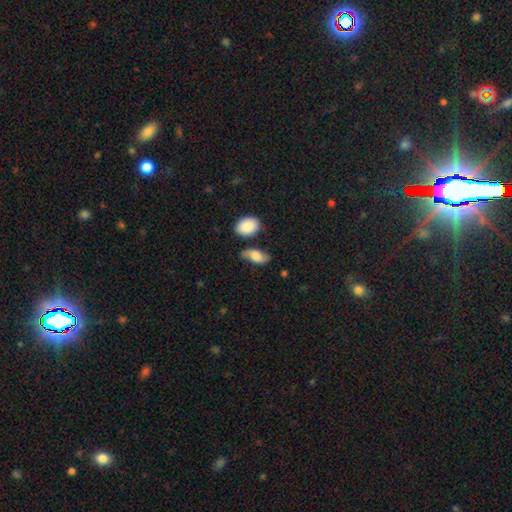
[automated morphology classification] This is likely a smooth galaxy (62%). How rounded: clearly in between (87%). Merging: likely none (62%).